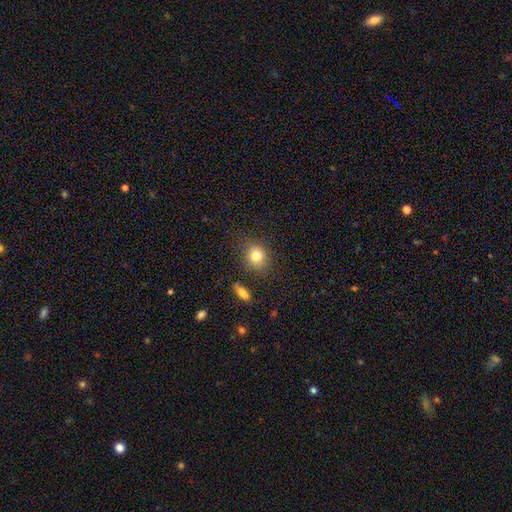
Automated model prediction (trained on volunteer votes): Q: Smooth or featured?
A: smooth (81%); runner-up: star or artifact (11%)
Q: How rounded?
A: round (73%); runner-up: in between (26%)
Q: Merging?
A: none (81%); runner-up: minor disturbance (12%)